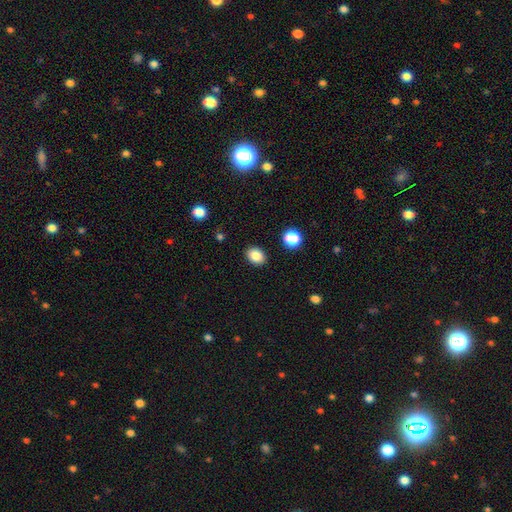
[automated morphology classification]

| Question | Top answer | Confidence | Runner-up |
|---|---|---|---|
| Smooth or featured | smooth | 85% | star or artifact (10%) |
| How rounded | in between | 60% | round (39%) |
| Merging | none | 89% | minor disturbance (7%) |